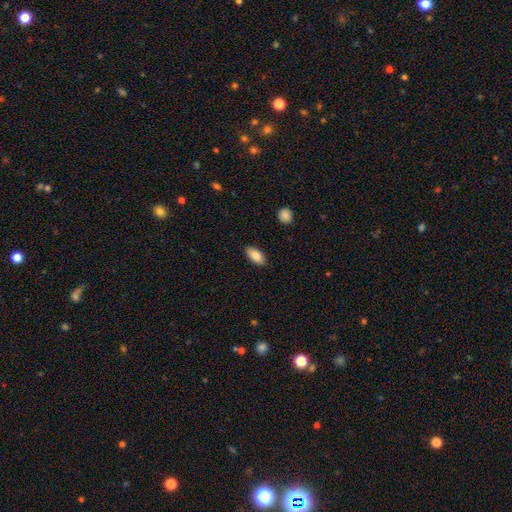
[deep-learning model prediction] Smooth or featured? Predicted: smooth (p=0.87). How rounded? Predicted: in between (p=0.89). Merging? Predicted: none (p=0.87).